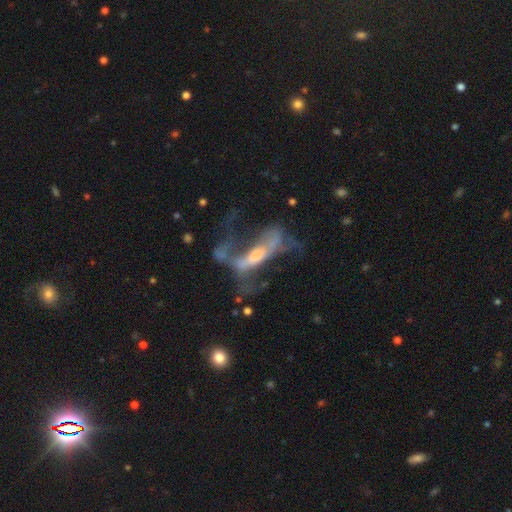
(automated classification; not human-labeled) A featured or disk galaxy (70%) with no bar (42%), no spiral arms (50%, tied with yes) and a moderate central bulge (44%).

Vote fractions:
- Smooth or featured? featured or disk: 70% / smooth: 19% / star or artifact: 11%
- Edge-on disk? no: 72% / yes: 28%
- Bar? no: 42% / strong: 30% / weak: 28%
- Spiral arms? no: 50% (tied) / yes: 50% (tied)
- Bulge size? moderate: 44% / small: 27% / none: 14% / large: 13% / dominant: 2%
- Merging? major disturbance: 47% / none: 25% / merger: 14% / minor disturbance: 14%